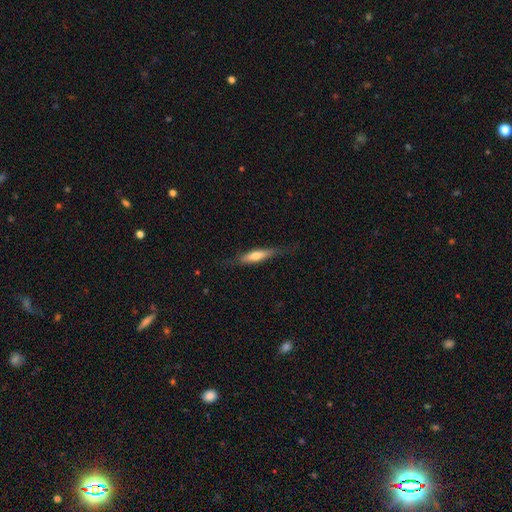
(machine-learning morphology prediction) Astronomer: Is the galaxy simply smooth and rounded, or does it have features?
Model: smooth — 57% (runner-up: featured or disk, 37%).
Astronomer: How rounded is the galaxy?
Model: cigar-shaped — 79%.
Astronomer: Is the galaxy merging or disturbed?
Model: none — 76%.